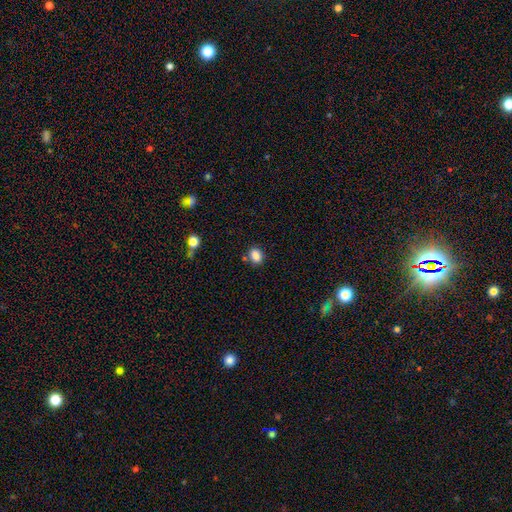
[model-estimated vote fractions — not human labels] smooth 85%, star or artifact 10%, featured or disk 5%. Down the decision tree: how rounded — in between (62%); merging — none (75%).